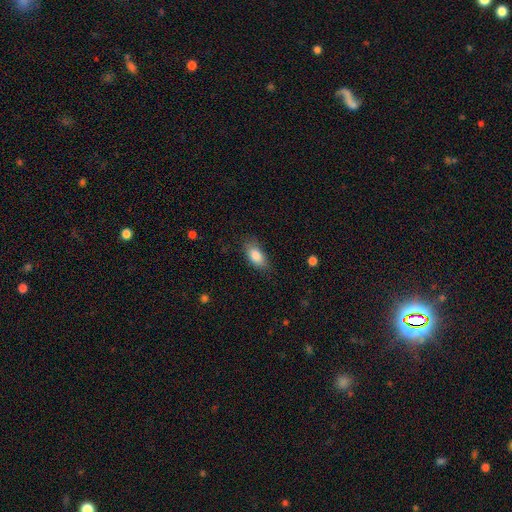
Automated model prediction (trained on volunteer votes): The model was most divided on "merging": none: 77%, minor disturbance: 17%, major disturbance: 4%, merger: 1%. More confident: how rounded — in between (89%); smooth or featured — smooth (85%).